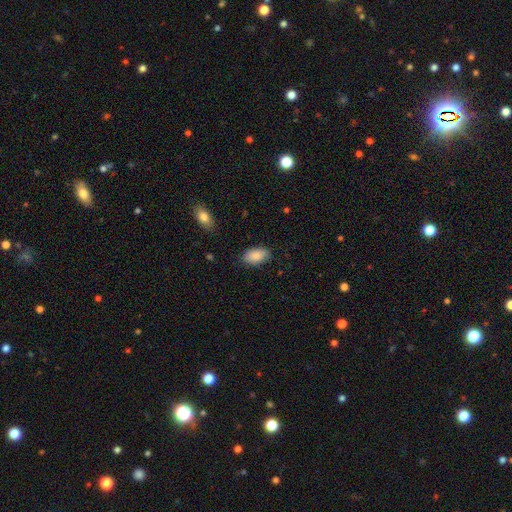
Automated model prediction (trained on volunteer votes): Smooth or featured? Predicted: smooth (p=0.87). How rounded? Predicted: in between (p=0.94). Merging? Predicted: none (p=0.83).